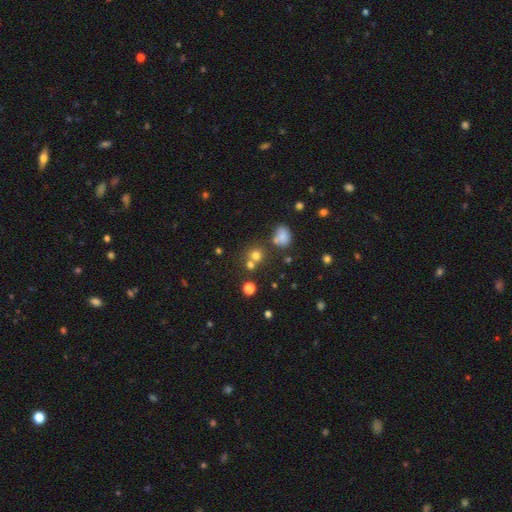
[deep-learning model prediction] A smooth galaxy with no disk features (68%) that is round (85%). Merging: none (60%).